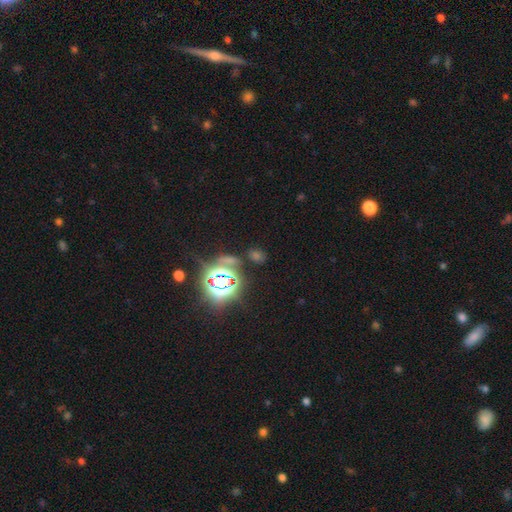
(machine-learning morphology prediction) A star or artifact, not a galaxy (63%).

Vote fractions:
- Smooth or featured? star or artifact: 63% / smooth: 28% / featured or disk: 9%